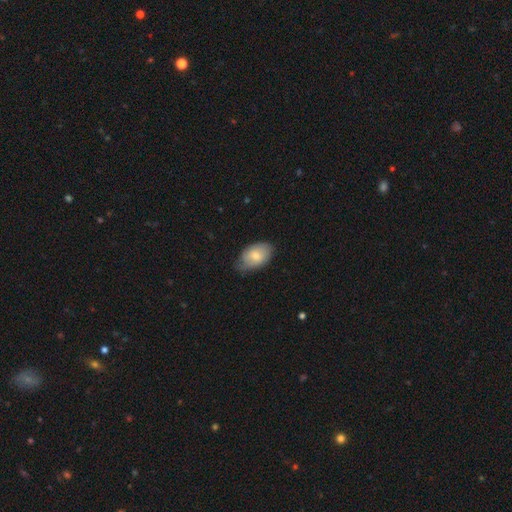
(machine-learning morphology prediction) Smooth or featured?
  - smooth: 70% *
  - featured or disk: 24%
  - star or artifact: 6%
How rounded?
  - in between: 90% *
  - round: 9%
  - cigar-shaped: 1%
Merging?
  - none: 56% *
  - minor disturbance: 36%
  - major disturbance: 7%
  - merger: 1%